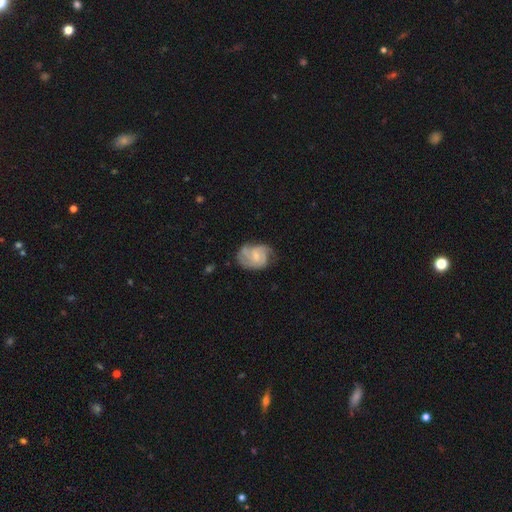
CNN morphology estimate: A featured or disk galaxy (71%) with no bar (58%), 2 (33%) medium (44%) spiral arms (91%) and a small central bulge (62%).

Vote fractions:
- Smooth or featured? featured or disk: 71% / smooth: 23% / star or artifact: 6%
- Edge-on disk? no: 98% / yes: 2%
- Bar? no: 58% / weak: 37% / strong: 5%
- Spiral arms? yes: 91% / no: 9%
- Spiral winding? medium: 44% / tight: 39% / loose: 16%
- Spiral arm count? 2: 33% / 3: 31% / can't tell: 22% / 4: 6% / 1: 5% / more than 4: 4%
- Bulge size? small: 62% / moderate: 26% / none: 10% / large: 2% / dominant: 1%
- Merging? none: 58% / minor disturbance: 27% / major disturbance: 13% / merger: 2%